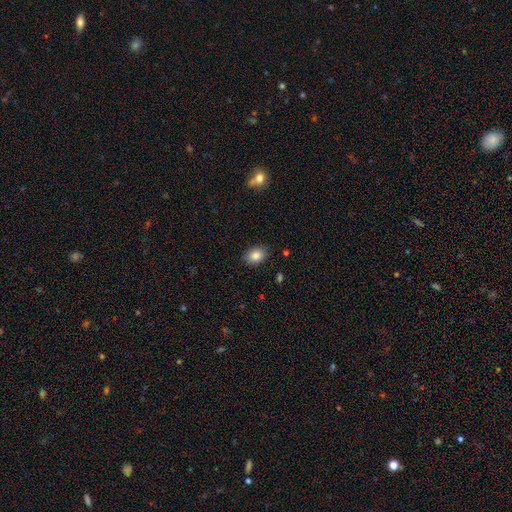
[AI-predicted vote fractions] Overall: smooth (84%). How rounded: in between (76%). Merging: none (87%).